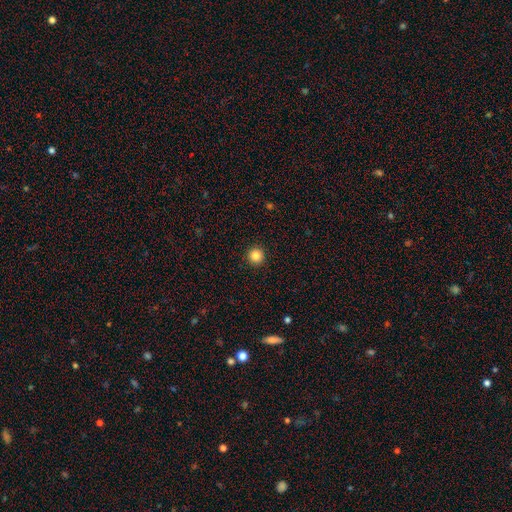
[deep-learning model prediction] smooth_or_featured: smooth (p=0.84) [alt: star or artifact p=0.11]
how_rounded: round (p=0.96) [alt: in between p=0.03]
merging: none (p=0.93) [alt: minor disturbance p=0.04]